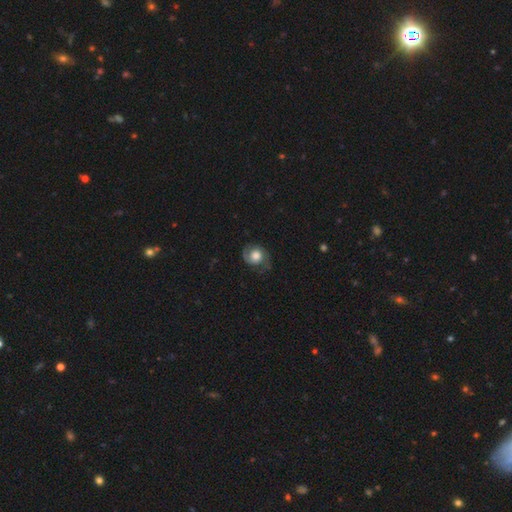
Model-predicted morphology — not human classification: Smooth or featured: featured or disk — 58% (smooth — 35%)
Edge-on disk: no — 97% (yes — 3%)
Bar: no — 76% (weak — 20%)
Spiral arms: yes — 88% (no — 12%)
Bulge size: large — 51% (moderate — 32%)
Merging: none — 63% (minor disturbance — 23%)